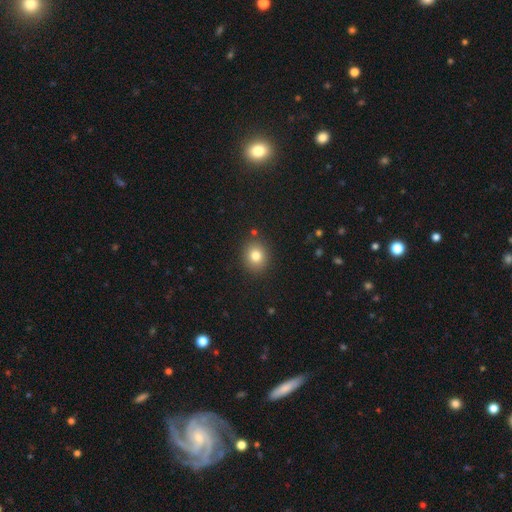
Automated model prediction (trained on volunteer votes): smooth-or-featured: smooth: 80% | star or artifact: 12% | featured or disk: 8%
  how-rounded: round: 73% | in between: 26% | cigar-shaped: 1%
  merging: none: 88% | minor disturbance: 7% | major disturbance: 2% | merger: 2%